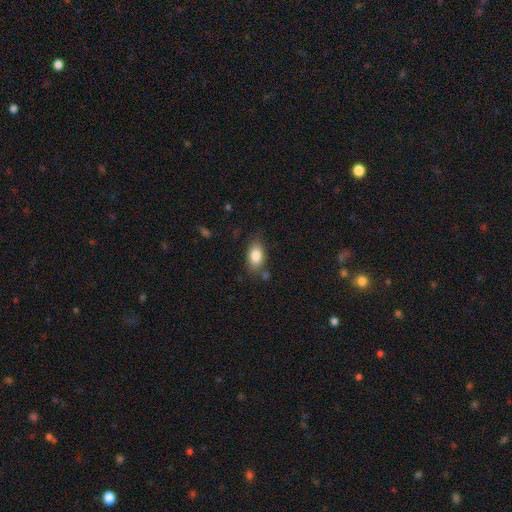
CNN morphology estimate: type=smooth (84%); roundness=in between (88%); merging=none (76%).